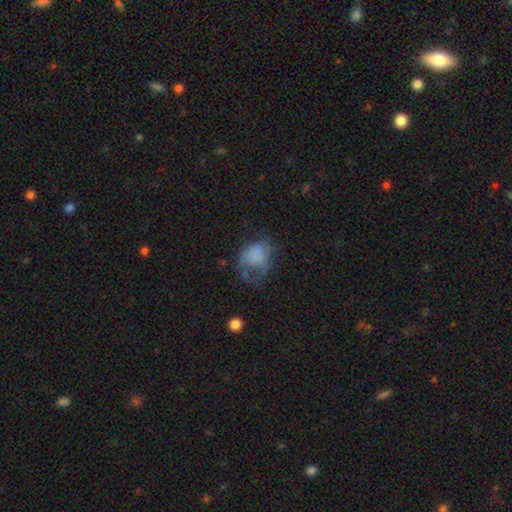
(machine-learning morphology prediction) A smooth galaxy with no disk features (65%) that is in between round and cigar-shaped (52%).

Vote fractions:
- Smooth or featured? smooth: 65% / featured or disk: 22% / star or artifact: 13%
- How rounded? in between: 52% / round: 47% / cigar-shaped: 1%
- Merging? major disturbance: 40% / none: 31% / minor disturbance: 25% / merger: 4%